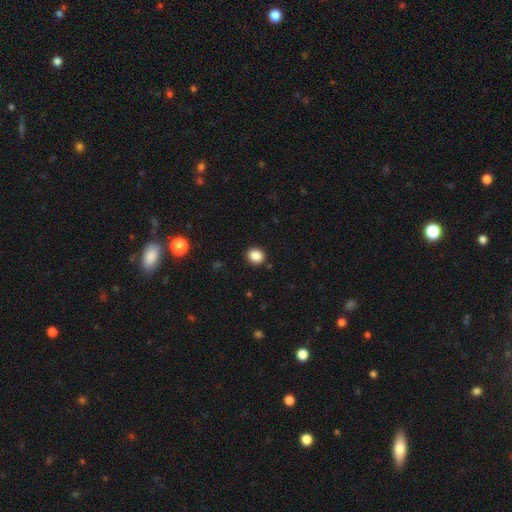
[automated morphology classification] smooth_or_featured: smooth (p=0.86) [alt: star or artifact p=0.10]
how_rounded: round (p=0.80) [alt: in between p=0.19]
merging: none (p=0.91) [alt: minor disturbance p=0.06]